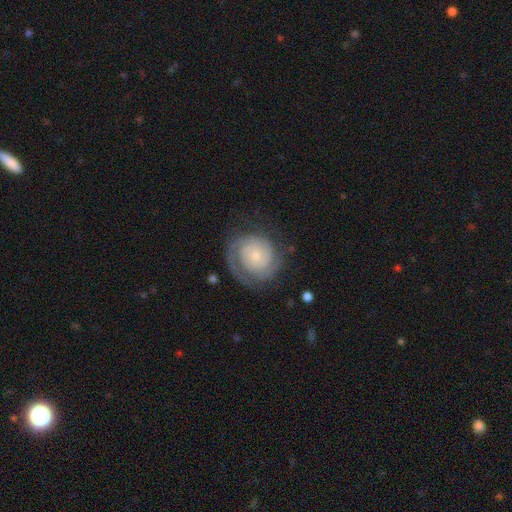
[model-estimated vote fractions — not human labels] Smooth or featured: featured or disk — 77% (smooth — 17%)
Edge-on disk: no — 98% (yes — 2%)
Bar: no — 75% (weak — 21%)
Spiral arms: yes — 94% (no — 6%)
Spiral winding: tight — 70% (medium — 22%)
Spiral arm count: 2 — 43% (1 — 22%)
Bulge size: small — 66% (moderate — 26%)
Merging: none — 72% (minor disturbance — 16%)